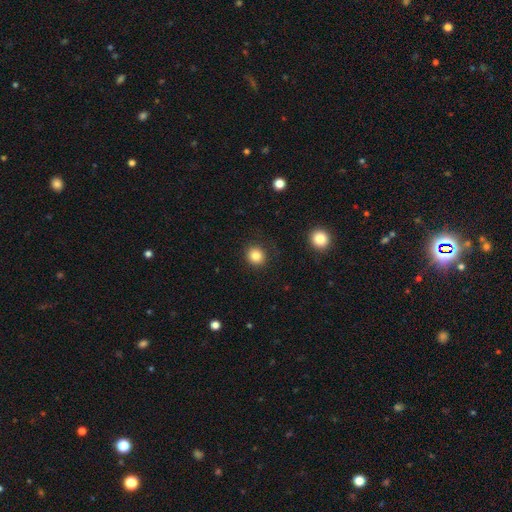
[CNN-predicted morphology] Overall: smooth (84%). How rounded: round (88%). Merging: none (88%).